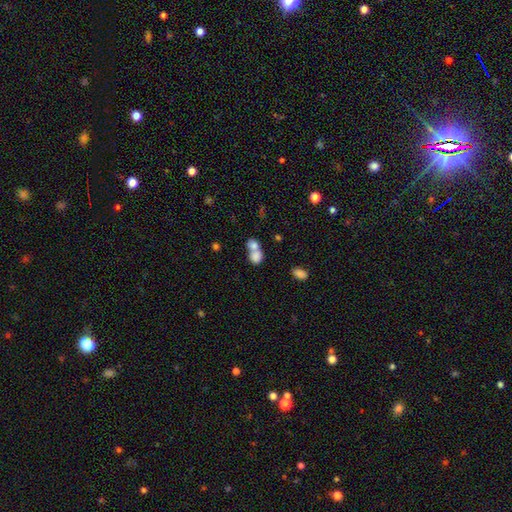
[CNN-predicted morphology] smooth 80%, featured or disk 12%, star or artifact 9%. Down the decision tree: how rounded — in between (50%); merging — merger (68%).